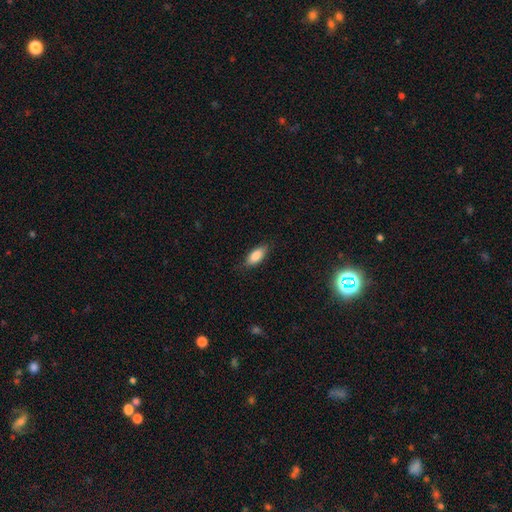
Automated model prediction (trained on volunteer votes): Smooth or featured? Predicted: smooth (p=0.85). How rounded? Predicted: in between (p=0.85). Merging? Predicted: none (p=0.81).